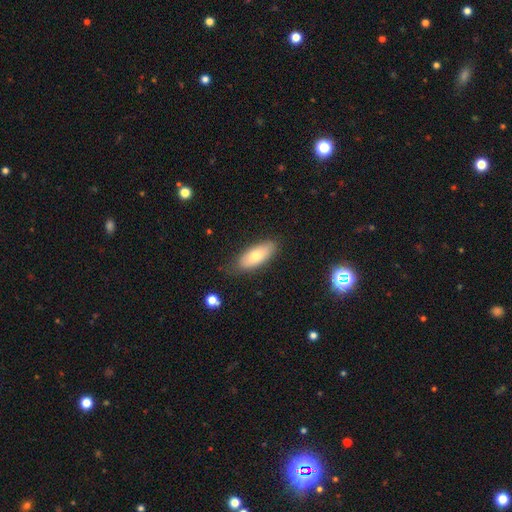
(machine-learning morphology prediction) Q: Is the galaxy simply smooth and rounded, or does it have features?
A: smooth — 70%.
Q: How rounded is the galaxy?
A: in between — 80%.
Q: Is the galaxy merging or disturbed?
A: none — 78%.